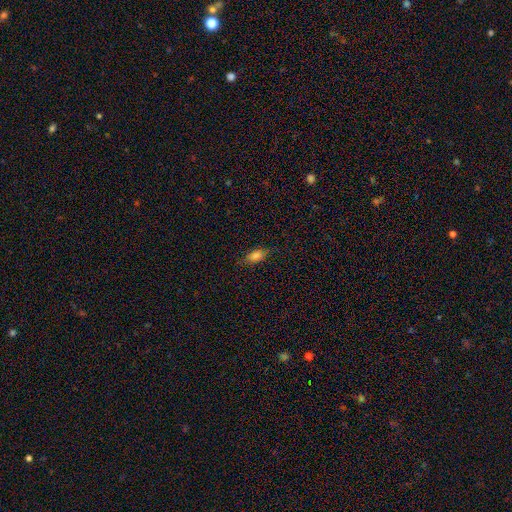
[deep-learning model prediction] Smooth or featured?
  - smooth: 81% *
  - star or artifact: 10%
  - featured or disk: 9%
How rounded?
  - in between: 85% *
  - cigar-shaped: 10%
  - round: 5%
Merging?
  - none: 79% *
  - minor disturbance: 16%
  - major disturbance: 4%
  - merger: 1%